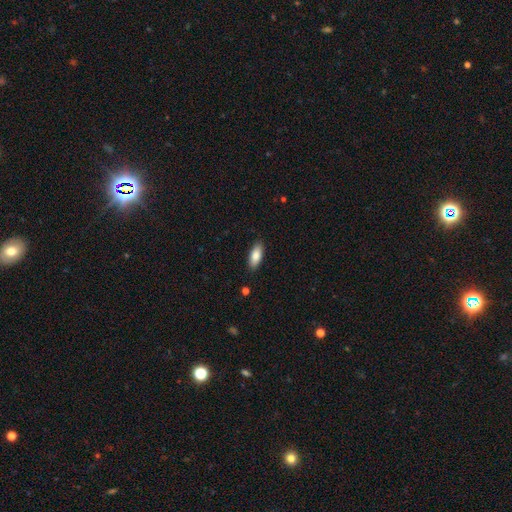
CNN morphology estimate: Smooth or featured? smooth (84%)
How rounded? in between (78%)
Merging? none (88%)